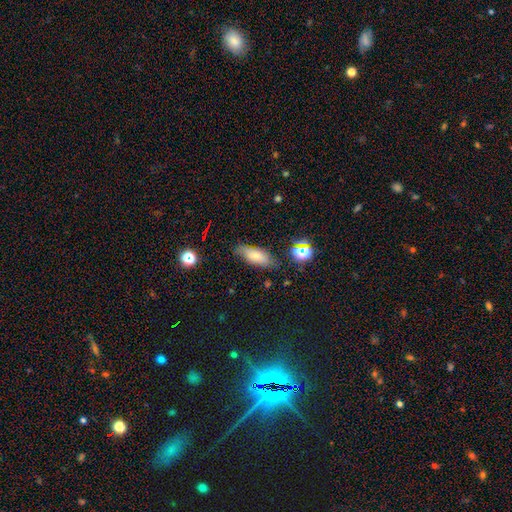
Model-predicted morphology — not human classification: Q: Smooth or featured?
A: smooth (74%); runner-up: featured or disk (15%)
Q: How rounded?
A: in between (71%); runner-up: cigar-shaped (25%)
Q: Merging?
A: none (75%); runner-up: minor disturbance (18%)